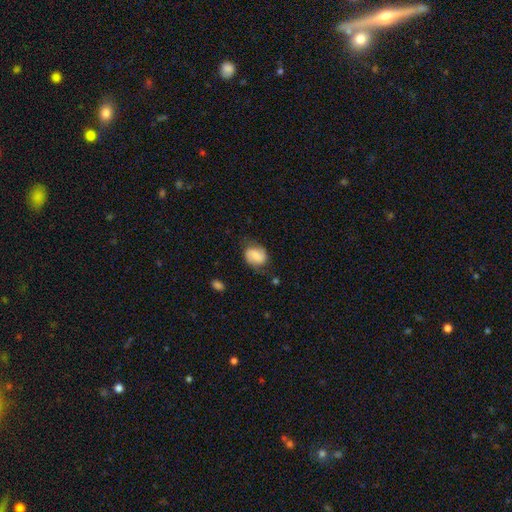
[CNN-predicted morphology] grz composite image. It shows a smooth galaxy with no disk features (50%). Merging: none (67%).